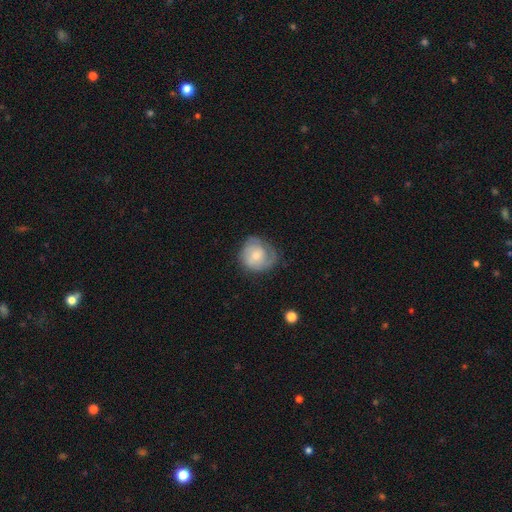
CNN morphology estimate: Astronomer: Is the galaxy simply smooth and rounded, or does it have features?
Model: featured or disk — 51% (runner-up: smooth, 42%).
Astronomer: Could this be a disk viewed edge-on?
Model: no — 97%.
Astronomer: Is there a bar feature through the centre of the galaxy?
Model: no — 75%.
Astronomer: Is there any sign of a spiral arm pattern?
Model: yes — 80%.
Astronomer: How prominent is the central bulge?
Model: small — 53% (runner-up: moderate, 39%).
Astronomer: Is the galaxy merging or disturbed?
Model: none — 57%.